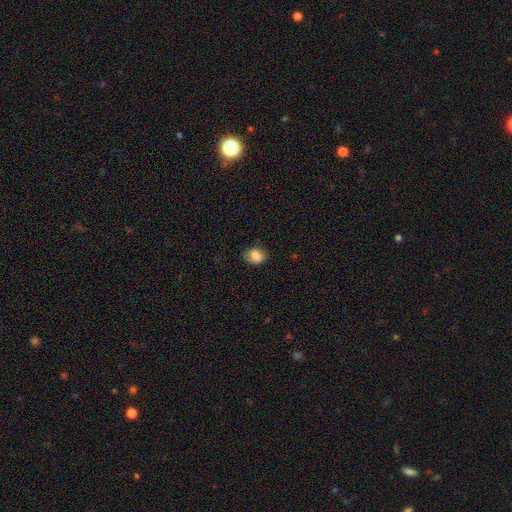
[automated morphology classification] The model was most divided on "how rounded": in between: 65%, round: 34%, cigar-shaped: 1%. More confident: smooth or featured — smooth (83%); merging — none (70%).